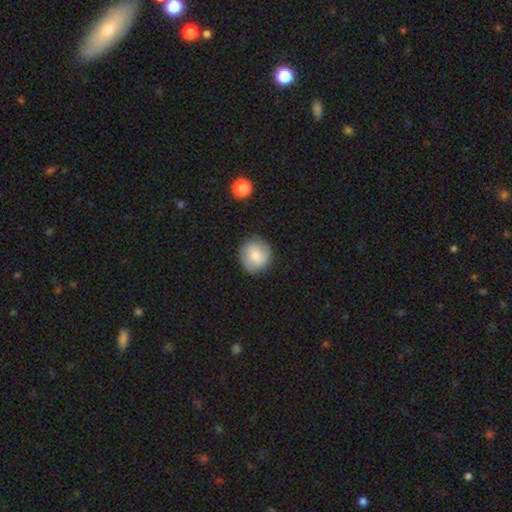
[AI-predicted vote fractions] Smooth or featured? smooth (65%)
How rounded? round (93%)
Merging? none (87%)